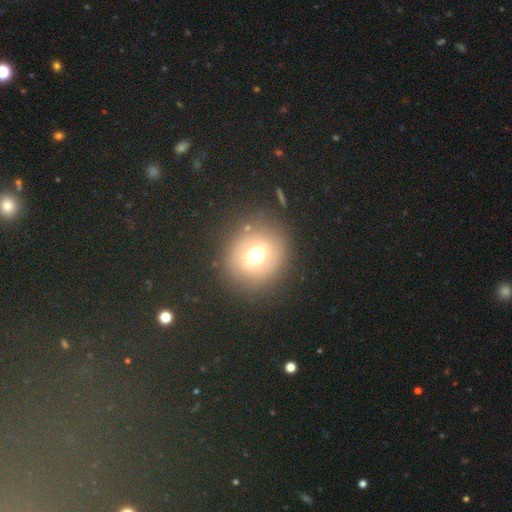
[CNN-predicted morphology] smooth-or-featured: smooth: 59% | featured or disk: 22% | star or artifact: 19%
  how-rounded: round: 84% | in between: 15% | cigar-shaped: 1%
  merging: none: 80% | minor disturbance: 11% | major disturbance: 7% | merger: 3%